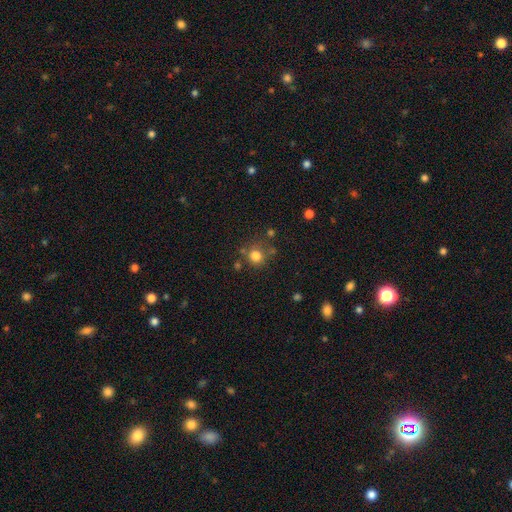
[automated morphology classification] This is likely a smooth galaxy (79%). How rounded: clearly round (89%). Merging: likely none (69%).